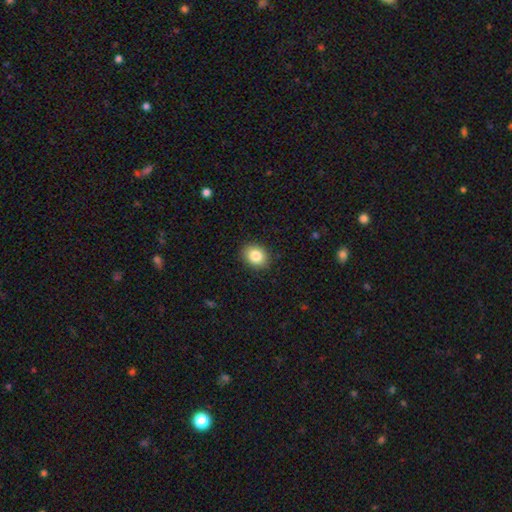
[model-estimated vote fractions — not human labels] This appears to be a smooth galaxy with no disk features (85%) that is in between round and cigar-shaped (53%). Merging: none (89%).